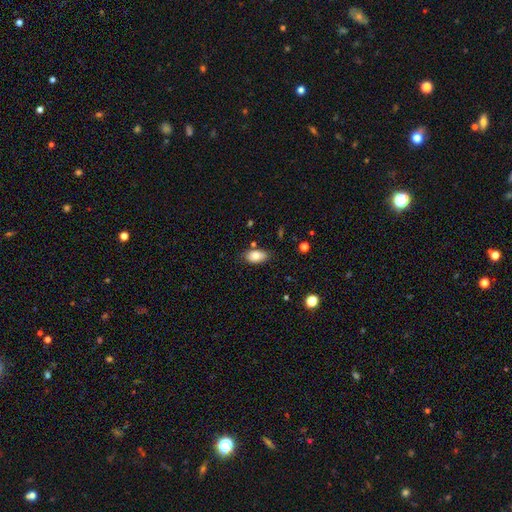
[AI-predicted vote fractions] smooth-or-featured: smooth: 82% | featured or disk: 10% | star or artifact: 8%
  how-rounded: in between: 92% | round: 5% | cigar-shaped: 3%
  merging: none: 76% | minor disturbance: 18% | major disturbance: 3% | merger: 3%